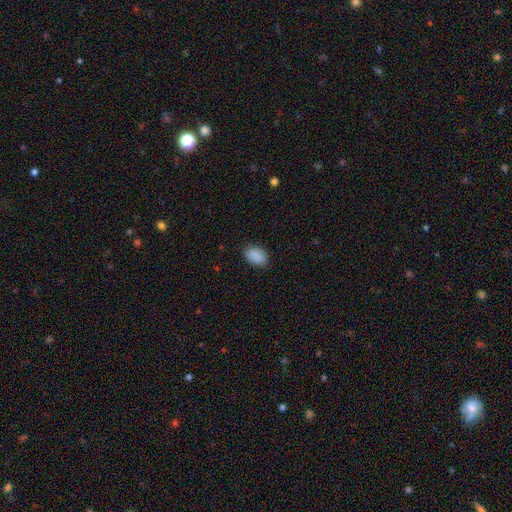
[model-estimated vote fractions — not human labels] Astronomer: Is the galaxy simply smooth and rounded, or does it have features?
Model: smooth — 89%.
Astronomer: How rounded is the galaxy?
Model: in between — 89%.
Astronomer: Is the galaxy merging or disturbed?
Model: none — 84%.